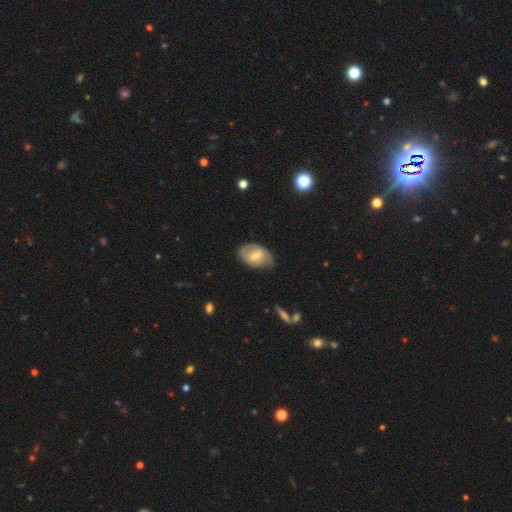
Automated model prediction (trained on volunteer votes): featured or disk 51%, smooth 43%, star or artifact 7%. Down the decision tree: edge-on disk — no (94%); merging — none (68%).